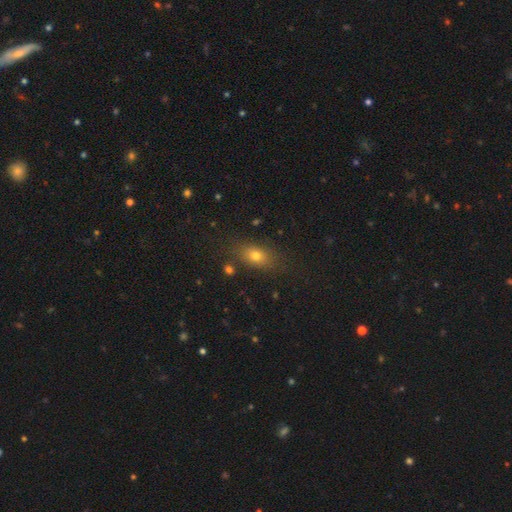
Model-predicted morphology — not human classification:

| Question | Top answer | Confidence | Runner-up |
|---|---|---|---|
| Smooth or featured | smooth | 73% | star or artifact (15%) |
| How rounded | in between | 72% | round (21%) |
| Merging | none | 79% | minor disturbance (13%) |